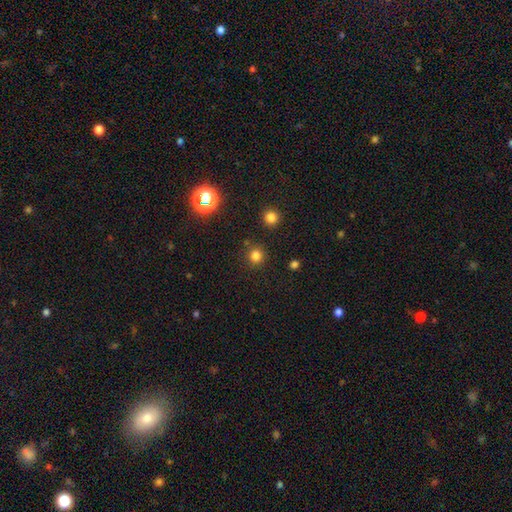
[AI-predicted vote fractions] Smooth or featured? Predicted: smooth (p=0.78). How rounded? Predicted: round (p=0.92). Merging? Predicted: none (p=0.87).